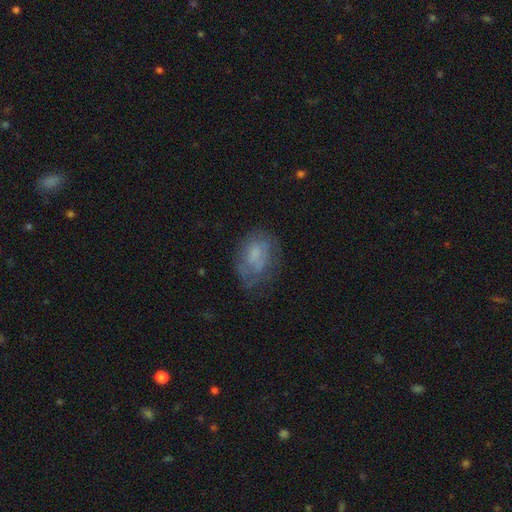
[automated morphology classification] This is possibly a smooth galaxy (51%). How rounded: likely in between (75%). Merging: possibly none (54%).